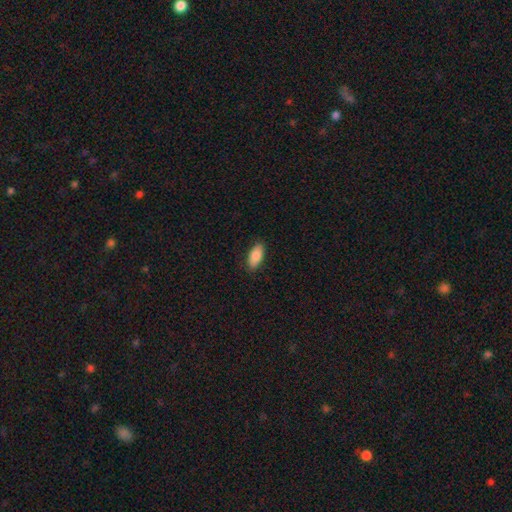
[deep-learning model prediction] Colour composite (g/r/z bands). It shows a smooth galaxy with no disk features (86%) that is in between round and cigar-shaped (89%). Merging: none (87%).